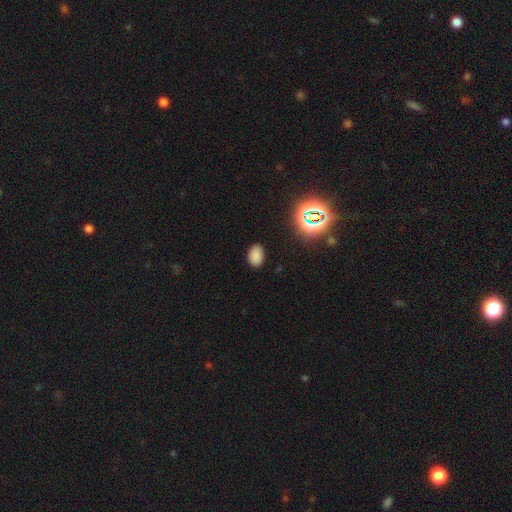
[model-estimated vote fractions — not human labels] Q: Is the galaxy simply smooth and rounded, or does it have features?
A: smooth — 79%.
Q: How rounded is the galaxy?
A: in between — 86%.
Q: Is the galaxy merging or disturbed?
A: none — 86%.